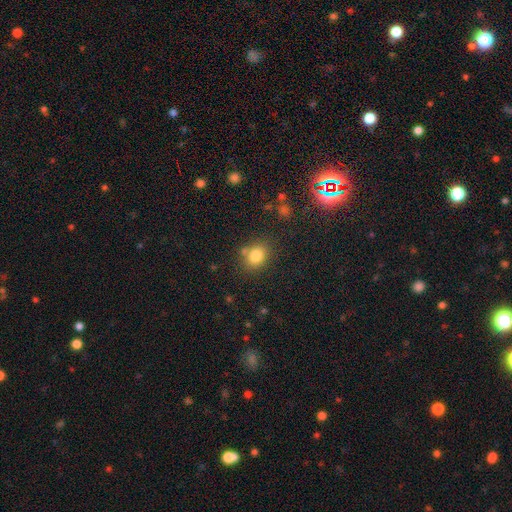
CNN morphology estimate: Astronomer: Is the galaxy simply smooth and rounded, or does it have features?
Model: smooth — 80%.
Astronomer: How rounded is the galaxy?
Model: round — 54% (runner-up: in between, 45%).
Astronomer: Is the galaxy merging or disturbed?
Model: none — 73%.